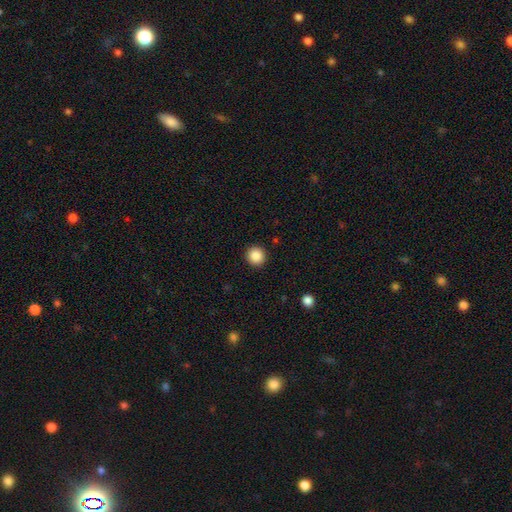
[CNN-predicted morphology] smooth 87%, star or artifact 9%, featured or disk 4%. Down the decision tree: how rounded — round (95%); merging — none (93%).